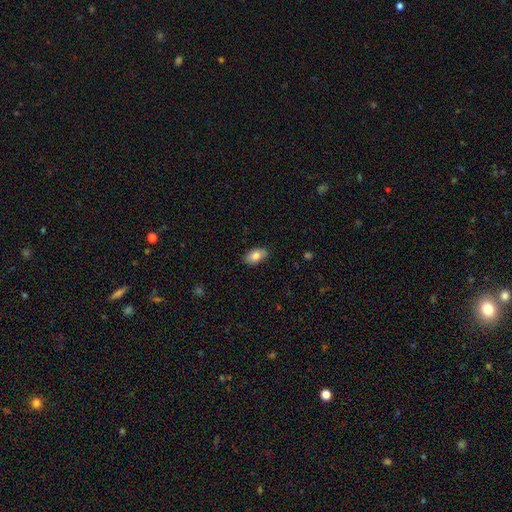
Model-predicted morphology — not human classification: smooth 81%, featured or disk 12%, star or artifact 7%. Down the decision tree: how rounded — in between (93%); merging — none (83%).